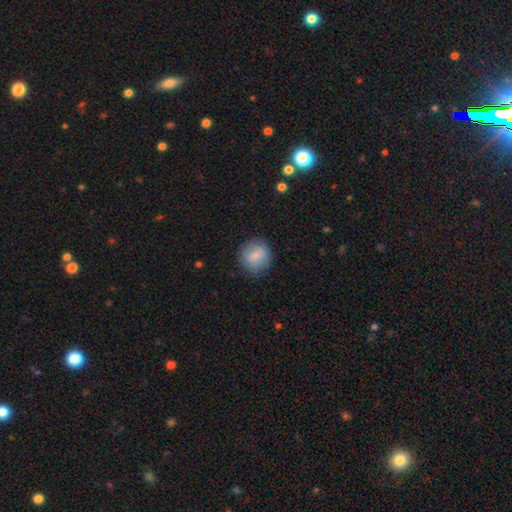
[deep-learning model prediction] Smooth or featured?
  - smooth: 77% *
  - featured or disk: 16%
  - star or artifact: 7%
How rounded?
  - round: 86% *
  - in between: 13%
  - cigar-shaped: 1%
Merging?
  - none: 82% *
  - minor disturbance: 13%
  - major disturbance: 4%
  - merger: 1%